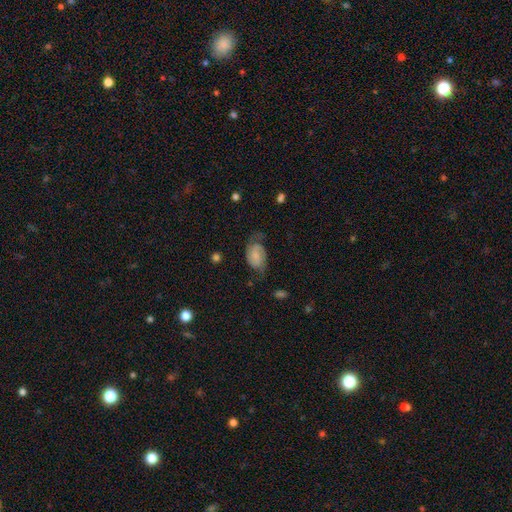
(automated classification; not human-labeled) smooth_or_featured: featured or disk (p=0.60) [alt: smooth p=0.32]
disk_edge_on: no (p=0.97) [alt: yes p=0.03]
bar: no (p=0.50) [alt: weak p=0.40]
has_spiral_arms: yes (p=0.90) [alt: no p=0.10]
spiral_winding: medium (p=0.45) [alt: tight p=0.30]
spiral_arm_count: 2 (p=0.83) [alt: can't tell p=0.09]
bulge_size: small (p=0.48) [alt: moderate p=0.24]
merging: none (p=0.53) [alt: minor disturbance p=0.27]